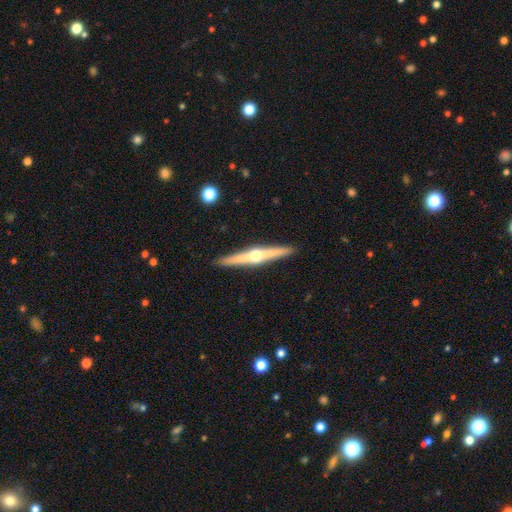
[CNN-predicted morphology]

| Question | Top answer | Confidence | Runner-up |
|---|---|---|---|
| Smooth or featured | featured or disk | 76% | smooth (19%) |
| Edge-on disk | yes | 98% | no (2%) |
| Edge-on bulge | rounded | 94% | none (3%) |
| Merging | none | 92% | minor disturbance (6%) |